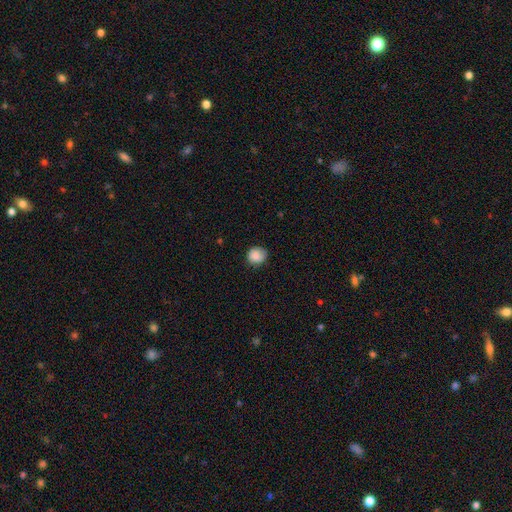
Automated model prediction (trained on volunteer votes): Smooth or featured?
  - smooth: 84% *
  - star or artifact: 8%
  - featured or disk: 8%
How rounded?
  - round: 83% *
  - in between: 16%
  - cigar-shaped: 1%
Merging?
  - none: 74% *
  - minor disturbance: 20%
  - major disturbance: 4%
  - merger: 1%